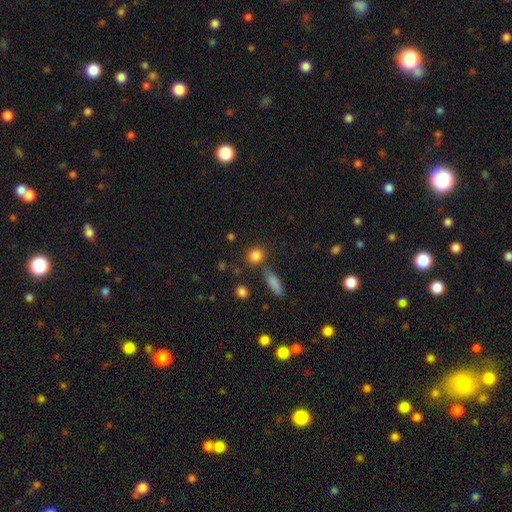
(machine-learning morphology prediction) Smooth or featured? Predicted: smooth (p=0.84). How rounded? Predicted: round (p=0.69). Merging? Predicted: none (p=0.73).